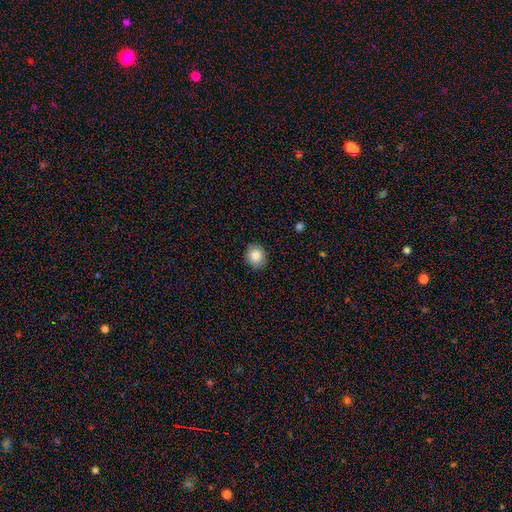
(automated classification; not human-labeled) A smooth galaxy with no disk features (86%) that is round (76%). Merging: none (88%).